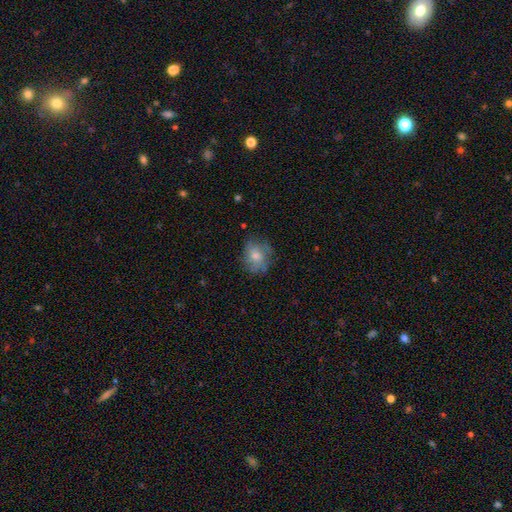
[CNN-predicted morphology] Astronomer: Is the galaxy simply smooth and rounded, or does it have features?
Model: smooth — 56% (runner-up: featured or disk, 32%).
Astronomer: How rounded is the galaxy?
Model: round — 66%.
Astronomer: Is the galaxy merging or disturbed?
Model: none — 71%.